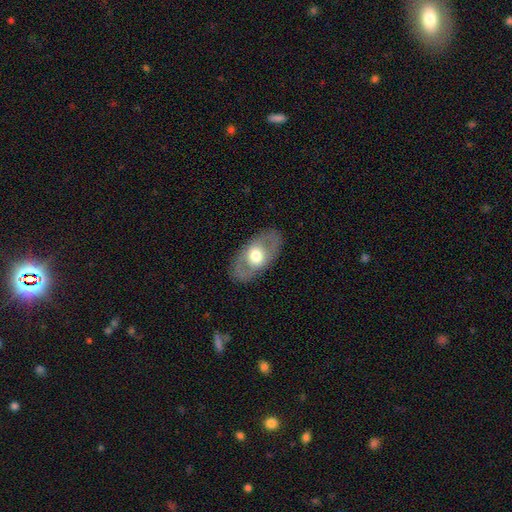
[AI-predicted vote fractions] smooth_or_featured: featured or disk (p=0.51) [alt: smooth p=0.43]
disk_edge_on: no (p=0.86) [alt: yes p=0.14]
merging: none (p=0.83) [alt: minor disturbance p=0.11]